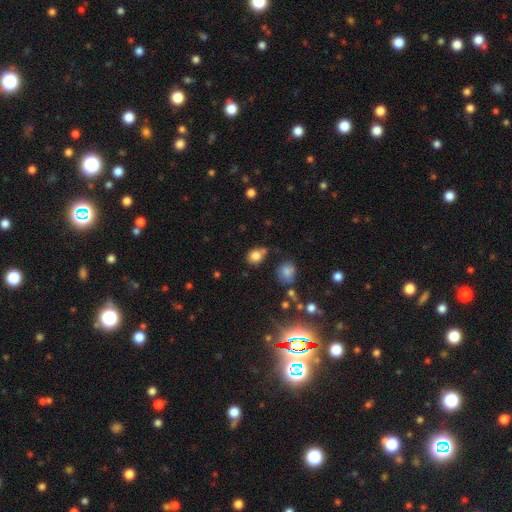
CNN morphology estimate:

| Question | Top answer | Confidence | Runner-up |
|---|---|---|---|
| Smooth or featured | smooth | 80% | star or artifact (13%) |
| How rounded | round | 63% | in between (36%) |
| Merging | none | 63% | minor disturbance (20%) |